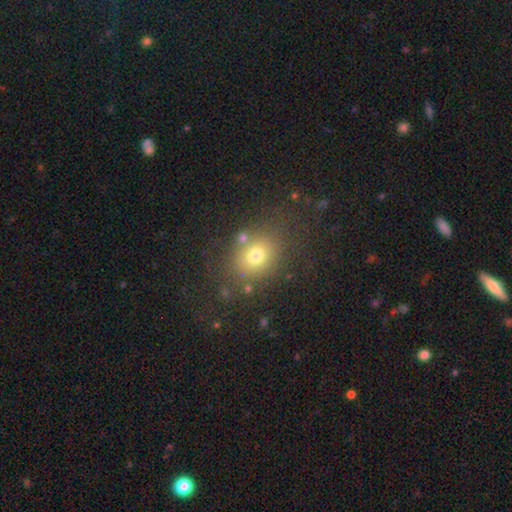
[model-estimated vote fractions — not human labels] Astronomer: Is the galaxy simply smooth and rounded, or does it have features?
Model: smooth — 72%.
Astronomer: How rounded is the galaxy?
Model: round — 60% (runner-up: in between, 39%).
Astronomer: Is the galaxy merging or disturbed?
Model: none — 76%.